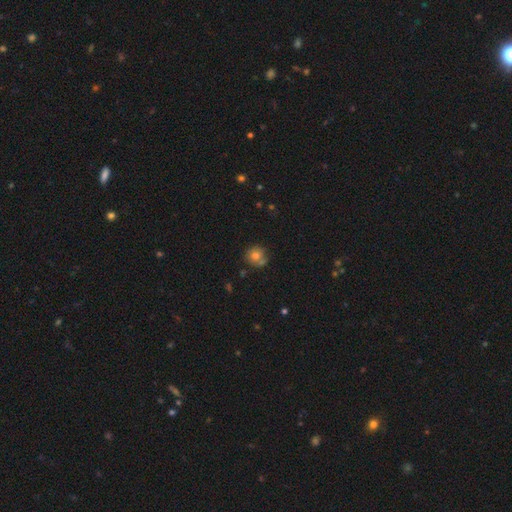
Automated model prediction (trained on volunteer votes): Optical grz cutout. It shows a smooth galaxy with no disk features (75%) that is round (88%). Merging: none (66%).